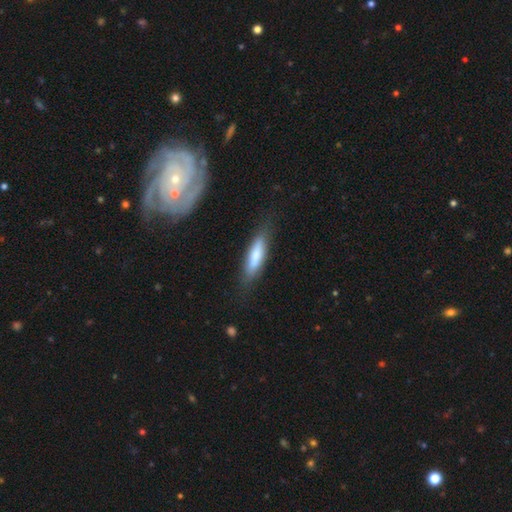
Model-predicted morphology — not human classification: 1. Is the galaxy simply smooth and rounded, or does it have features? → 72% smooth, 22% featured or disk, 6% star or artifact.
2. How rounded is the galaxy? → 66% cigar-shaped, 33% in between, 2% round.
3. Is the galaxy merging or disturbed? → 75% none, 17% minor disturbance, 6% major disturbance, 2% merger.